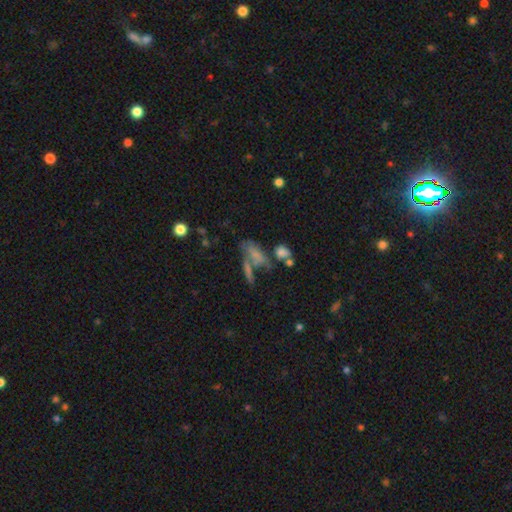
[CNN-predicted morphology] Q: Smooth or featured?
A: smooth (62%); runner-up: featured or disk (24%)
Q: How rounded?
A: in between (72%); runner-up: cigar-shaped (19%)
Q: Merging?
A: merger (39%); runner-up: none (33%)